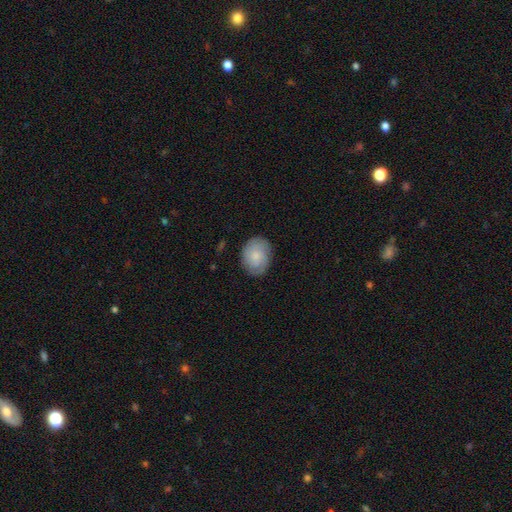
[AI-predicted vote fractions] A smooth galaxy with no disk features (60%) that is in between round and cigar-shaped (64%). Merging: none (79%).